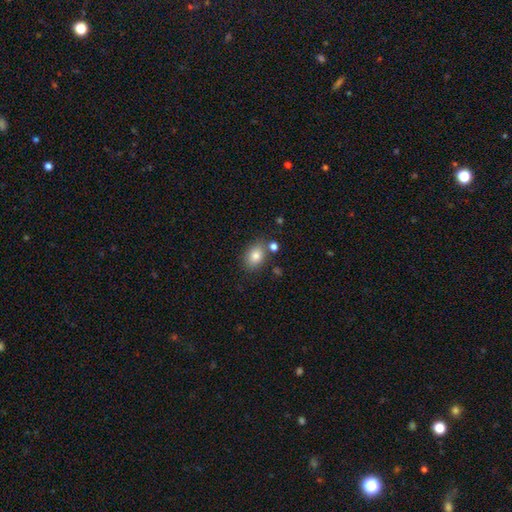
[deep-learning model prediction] Smooth or featured? smooth (82%)
How rounded? in between (70%)
Merging? none (74%)